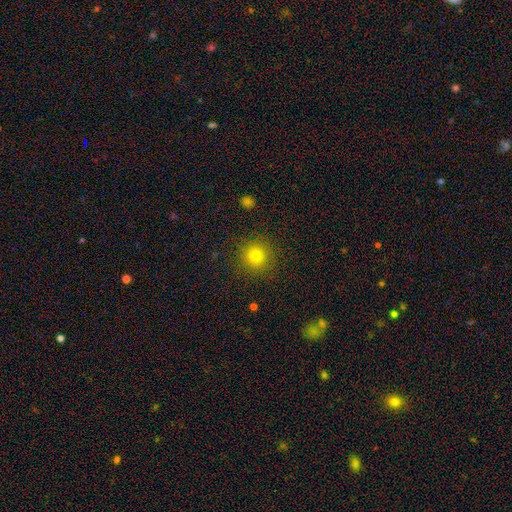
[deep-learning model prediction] Q: Smooth or featured?
A: smooth (79%); runner-up: star or artifact (14%)
Q: How rounded?
A: round (95%); runner-up: in between (4%)
Q: Merging?
A: none (90%); runner-up: minor disturbance (6%)